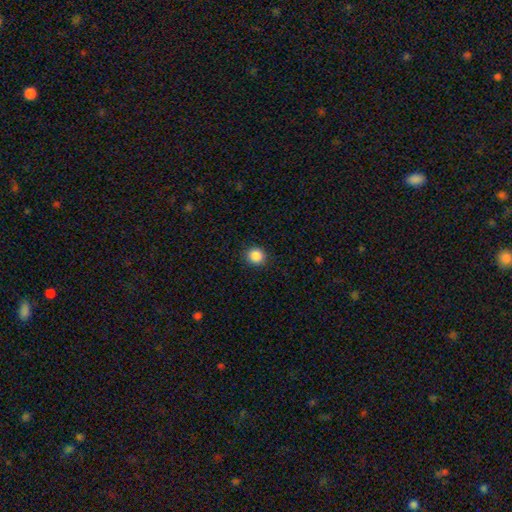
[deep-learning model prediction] This is clearly a smooth galaxy (88%). How rounded: clearly round (85%). Merging: clearly none (90%).